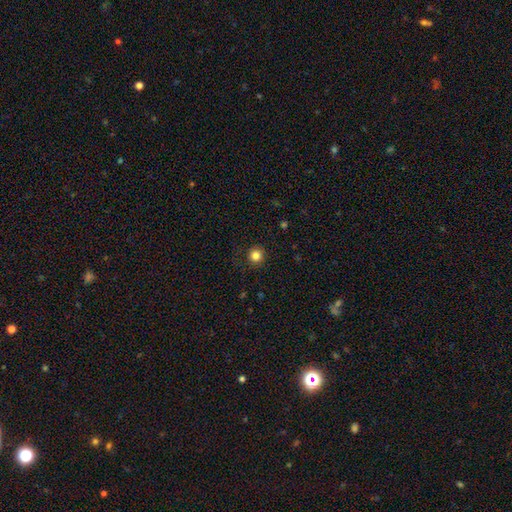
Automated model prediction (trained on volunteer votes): Q: Smooth or featured?
A: smooth (84%); runner-up: star or artifact (12%)
Q: How rounded?
A: round (93%); runner-up: in between (6%)
Q: Merging?
A: none (88%); runner-up: minor disturbance (8%)